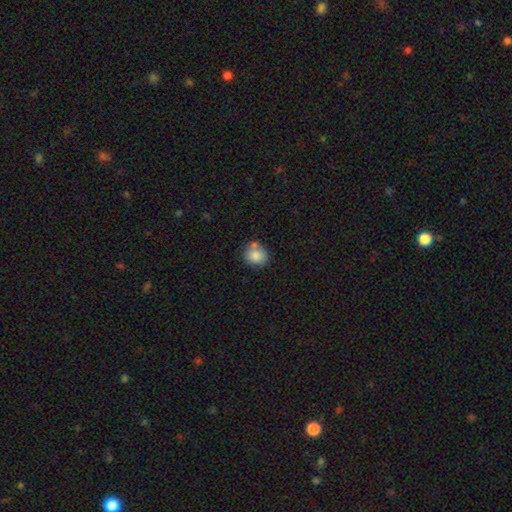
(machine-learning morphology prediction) Smooth or featured?
  - smooth: 83% *
  - featured or disk: 8%
  - star or artifact: 8%
How rounded?
  - round: 73% *
  - in between: 26%
  - cigar-shaped: 1%
Merging?
  - none: 61% *
  - merger: 20%
  - minor disturbance: 15%
  - major disturbance: 4%